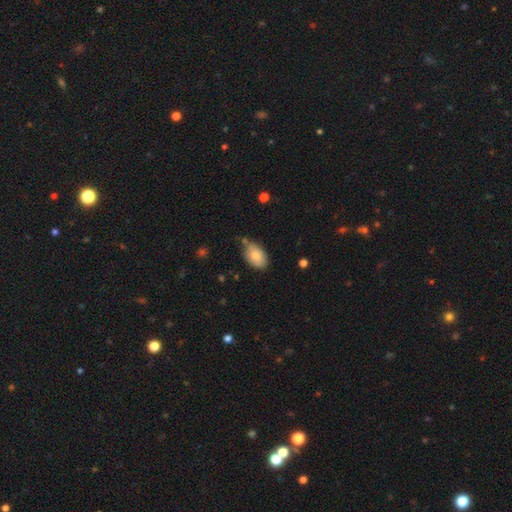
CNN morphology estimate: This appears to be a smooth galaxy with no disk features (81%) that is in between round and cigar-shaped (92%). Merging: none (64%).